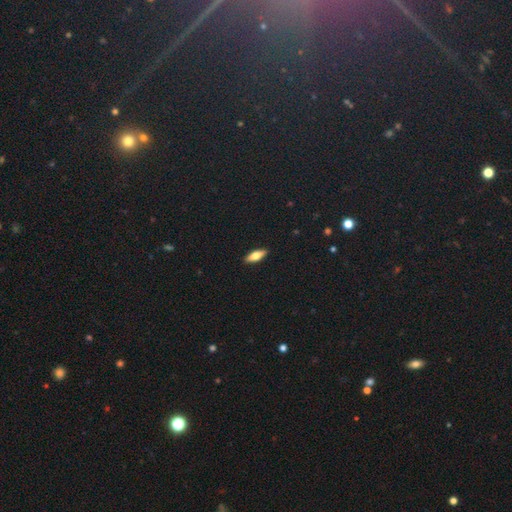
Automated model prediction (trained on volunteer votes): This is likely a smooth galaxy (63%). How rounded: likely in between (61%). Merging: clearly none (91%).